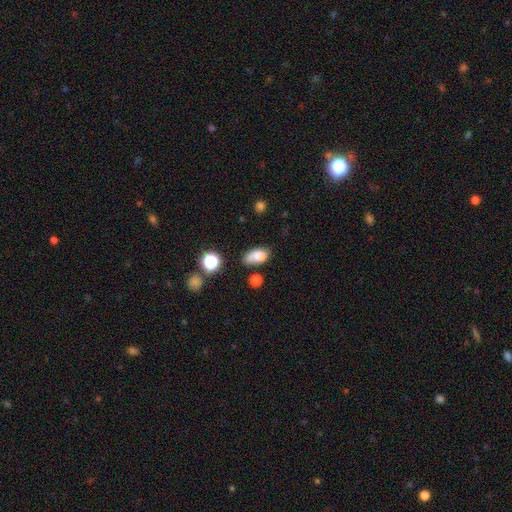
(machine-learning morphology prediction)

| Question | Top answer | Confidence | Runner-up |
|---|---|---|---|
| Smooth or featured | smooth | 75% | featured or disk (13%) |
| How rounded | in between | 86% | round (8%) |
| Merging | none | 52% | minor disturbance (25%) |